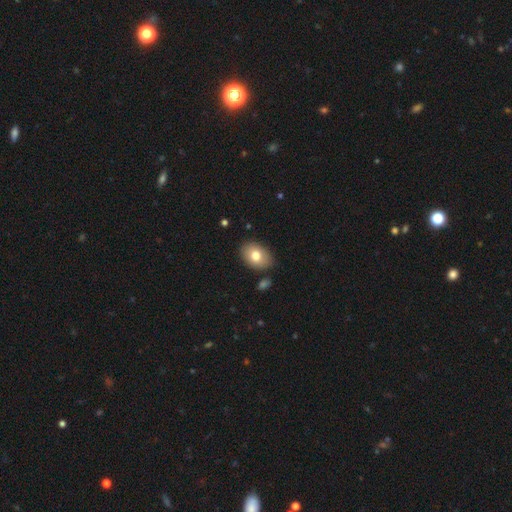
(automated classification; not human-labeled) A smooth galaxy with no disk features (77%) that is in between round and cigar-shaped (81%).

Vote fractions:
- Smooth or featured? smooth: 77% / featured or disk: 15% / star or artifact: 8%
- How rounded? in between: 81% / round: 18% / cigar-shaped: 1%
- Merging? none: 83% / minor disturbance: 12% / merger: 3% / major disturbance: 3%